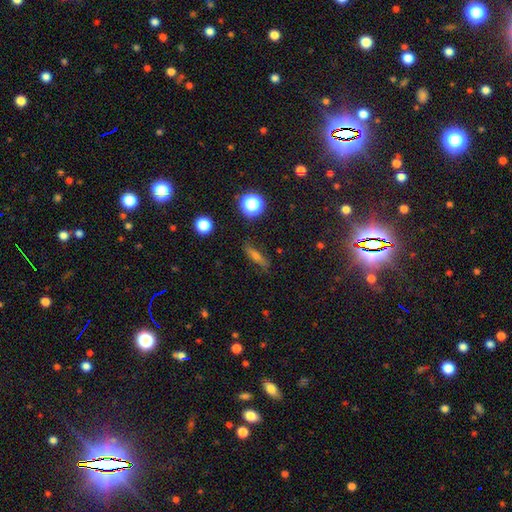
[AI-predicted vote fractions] Smooth or featured? smooth (45%)
Merging? none (81%)